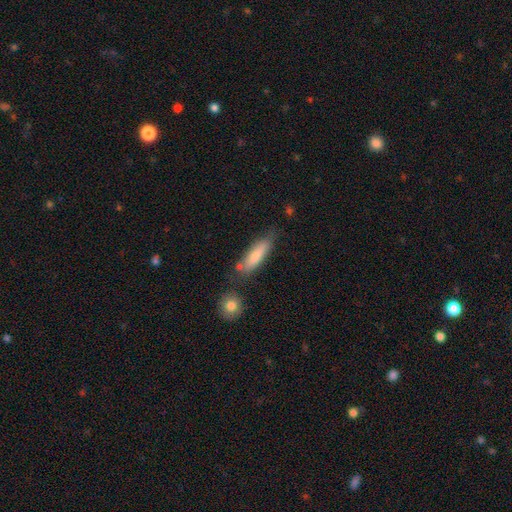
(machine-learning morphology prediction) type=smooth (76%); roundness=cigar-shaped (63%); merging=none (66%).